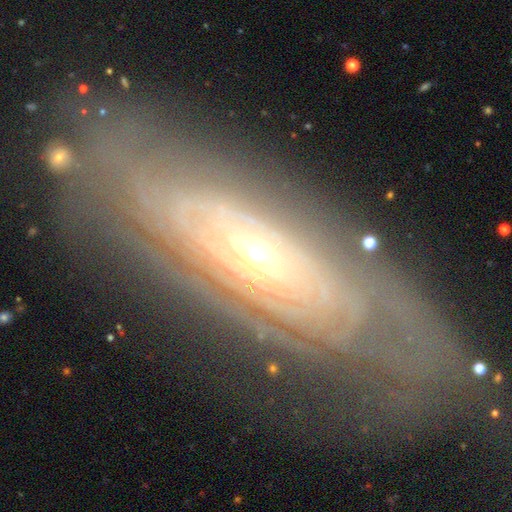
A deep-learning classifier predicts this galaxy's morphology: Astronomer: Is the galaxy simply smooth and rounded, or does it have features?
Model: featured or disk — 77%.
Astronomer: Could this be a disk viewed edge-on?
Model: no — 83%.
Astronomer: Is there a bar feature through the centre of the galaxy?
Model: no — 77%.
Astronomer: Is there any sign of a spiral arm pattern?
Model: yes — 75%.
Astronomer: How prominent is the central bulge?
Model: small — 69%.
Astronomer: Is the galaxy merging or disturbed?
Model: none — 64%.